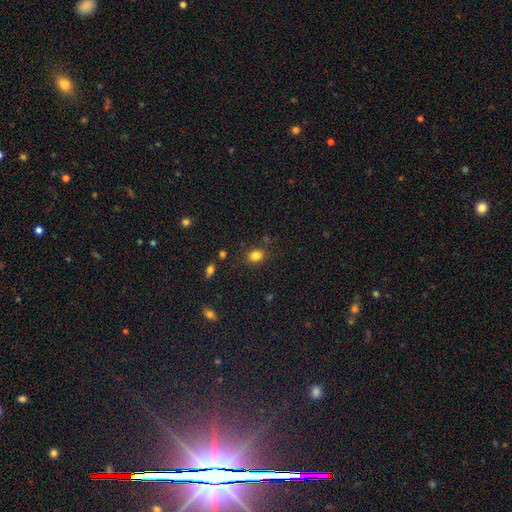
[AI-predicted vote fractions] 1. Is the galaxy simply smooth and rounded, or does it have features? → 82% smooth, 12% star or artifact, 6% featured or disk.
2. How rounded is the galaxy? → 58% in between, 41% round, 1% cigar-shaped.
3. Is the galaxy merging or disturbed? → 80% none, 13% minor disturbance, 4% major disturbance, 3% merger.